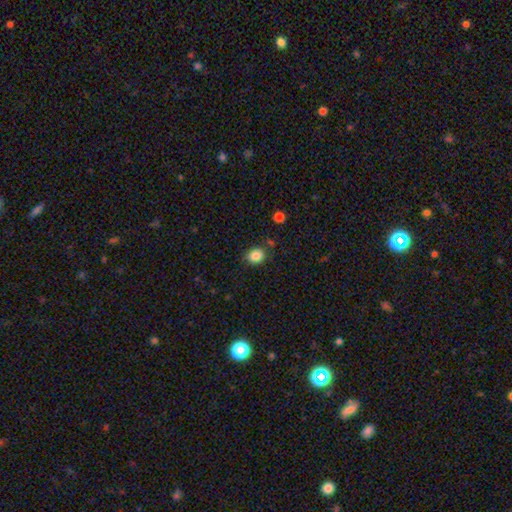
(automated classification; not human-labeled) The model was most divided on "how rounded": round: 59%, in between: 40%, cigar-shaped: 1%. More confident: smooth or featured — smooth (85%); merging — none (80%).